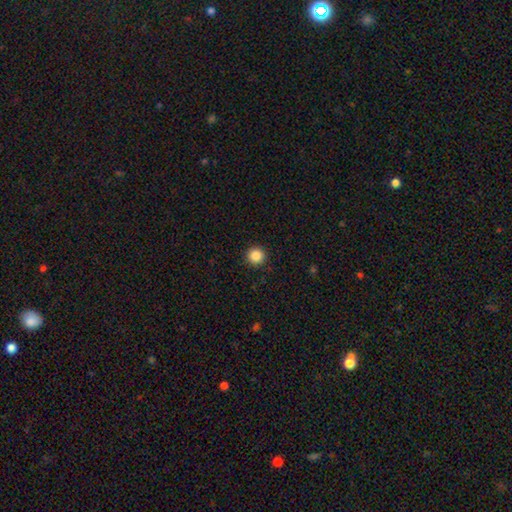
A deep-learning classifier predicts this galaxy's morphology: Smooth or featured?
  - smooth: 86% *
  - star or artifact: 10%
  - featured or disk: 3%
How rounded?
  - round: 96% *
  - in between: 3%
  - cigar-shaped: 1%
Merging?
  - none: 93% *
  - minor disturbance: 5%
  - major disturbance: 2%
  - merger: 1%